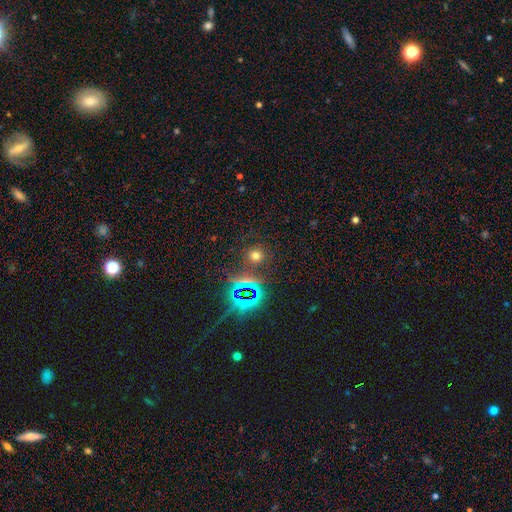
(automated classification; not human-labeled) Smooth or featured: smooth — 61% (star or artifact — 32%)
How rounded: round — 91% (in between — 8%)
Merging: none — 87% (minor disturbance — 7%)